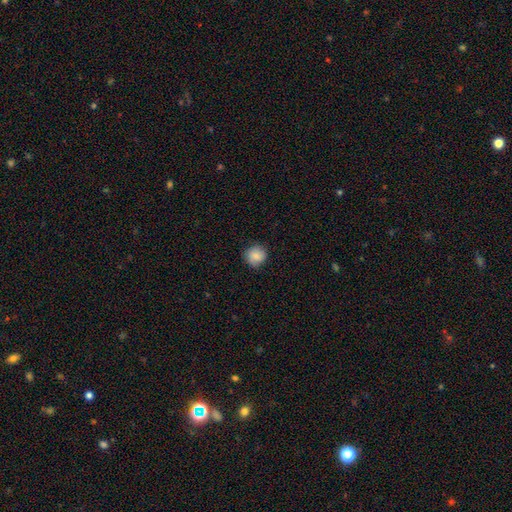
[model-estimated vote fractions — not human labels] This is clearly a smooth galaxy (86%). How rounded: clearly round (91%). Merging: clearly none (84%).